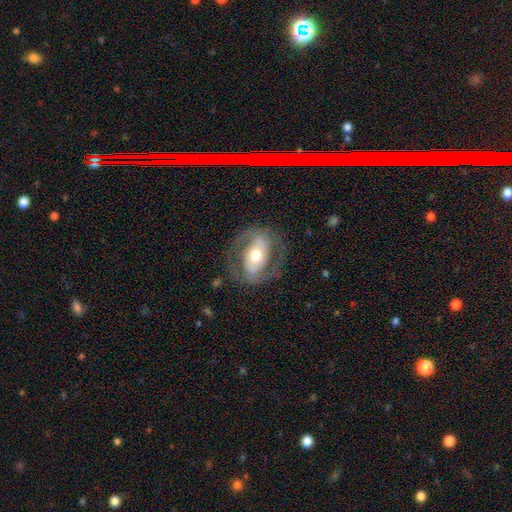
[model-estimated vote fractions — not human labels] This appears to be a featured or disk galaxy (72%) with no bar (39%), spiral arms (69%) and a moderate central bulge (67%). Merging: none (73%).